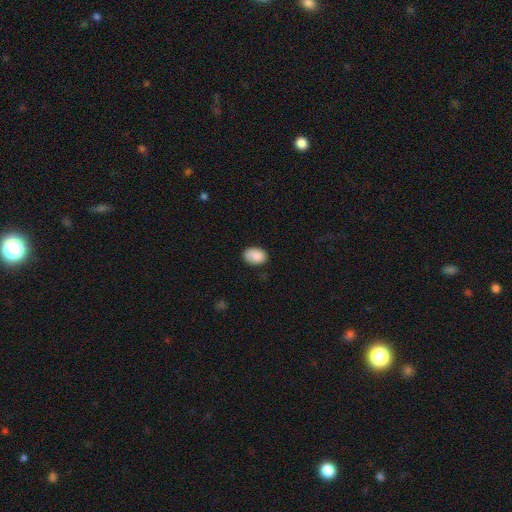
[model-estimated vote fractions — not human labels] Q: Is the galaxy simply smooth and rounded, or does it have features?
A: smooth — 86%.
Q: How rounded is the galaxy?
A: in between — 79%.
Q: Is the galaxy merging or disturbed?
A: none — 74%.